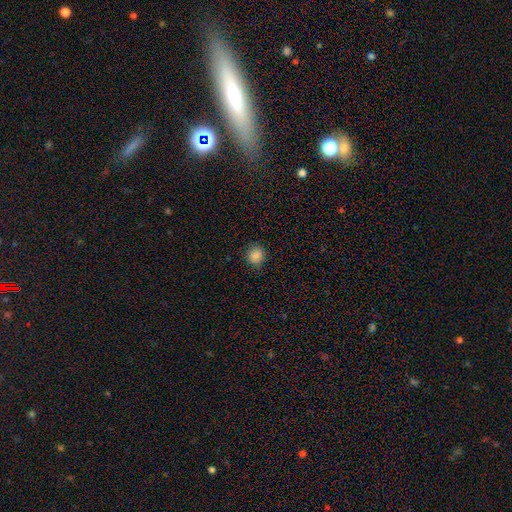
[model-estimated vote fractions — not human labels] Smooth or featured?
  - smooth: 86% *
  - star or artifact: 10%
  - featured or disk: 4%
How rounded?
  - round: 82% *
  - in between: 17%
  - cigar-shaped: 1%
Merging?
  - none: 87% *
  - minor disturbance: 9%
  - major disturbance: 2%
  - merger: 1%